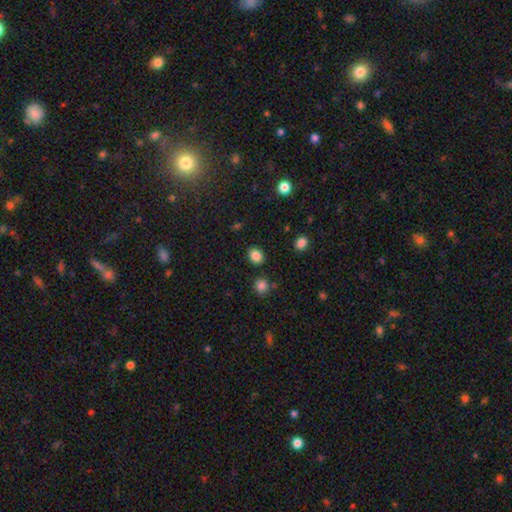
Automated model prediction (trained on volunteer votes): This appears to be a smooth galaxy with no disk features (86%) that is round (50%). Merging: none (85%).